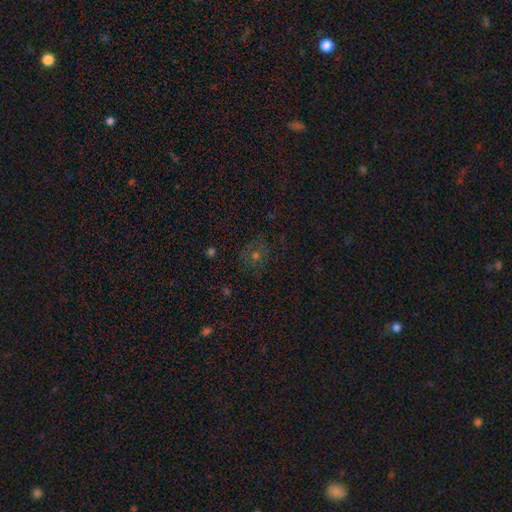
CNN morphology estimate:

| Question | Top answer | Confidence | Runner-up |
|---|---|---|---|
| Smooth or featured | smooth | 42% | star or artifact (36%) |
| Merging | none | 77% | minor disturbance (14%) |